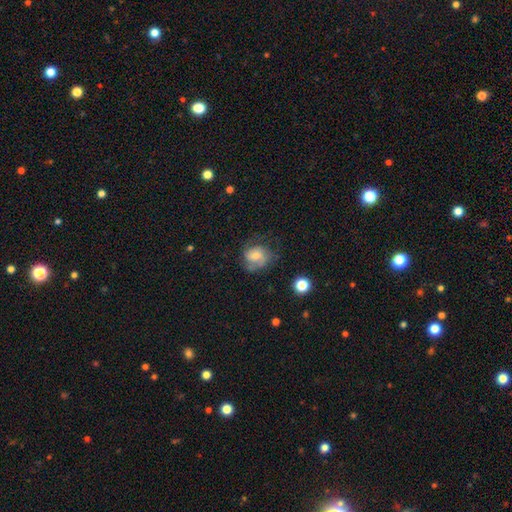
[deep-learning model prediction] Overall: featured or disk (55%; smooth 35%). Edge-on disk: no (97%). Bar: no (63%; weak 31%). Spiral arms: yes (87%). Bulge size: small (40%; moderate 37%). Merging: none (53%; minor disturbance 24%).